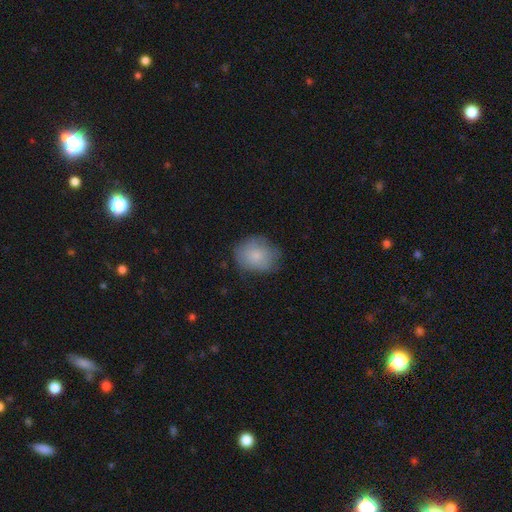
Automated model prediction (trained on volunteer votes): smooth-or-featured: smooth: 80% | featured or disk: 13% | star or artifact: 7%
  how-rounded: round: 54% | in between: 45% | cigar-shaped: 1%
  merging: none: 66% | minor disturbance: 26% | major disturbance: 7% | merger: 1%